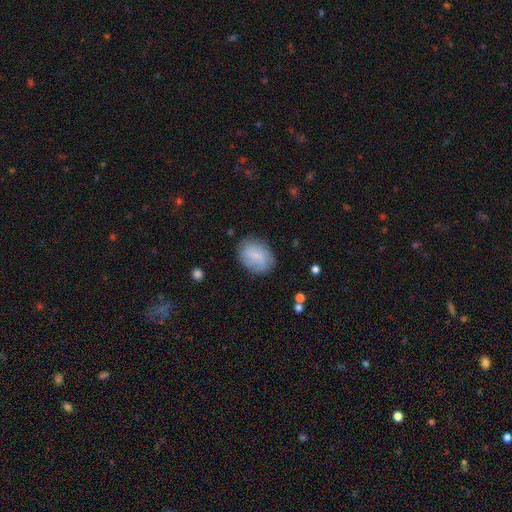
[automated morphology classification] Smooth or featured? smooth (73%)
How rounded? in between (72%)
Merging? none (78%)